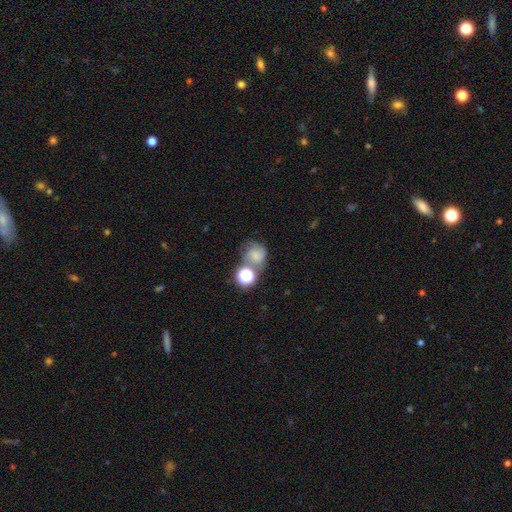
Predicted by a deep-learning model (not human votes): Q: Smooth or featured?
A: smooth (49%); runner-up: featured or disk (34%)
Q: Merging?
A: none (41%); runner-up: merger (26%)